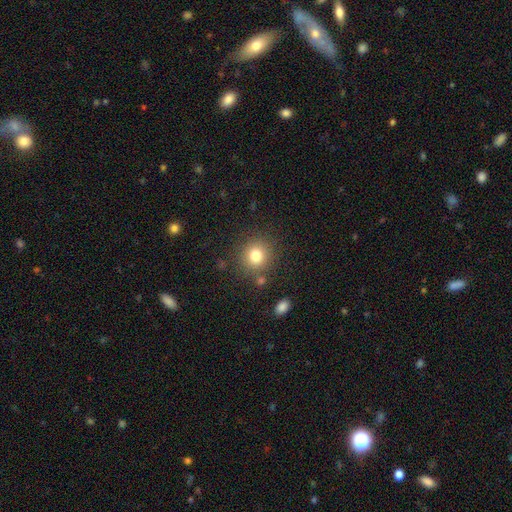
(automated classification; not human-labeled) Smooth or featured?
  - smooth: 80% *
  - star or artifact: 12%
  - featured or disk: 8%
How rounded?
  - round: 87% *
  - in between: 12%
  - cigar-shaped: 1%
Merging?
  - none: 82% *
  - minor disturbance: 9%
  - merger: 5%
  - major disturbance: 4%